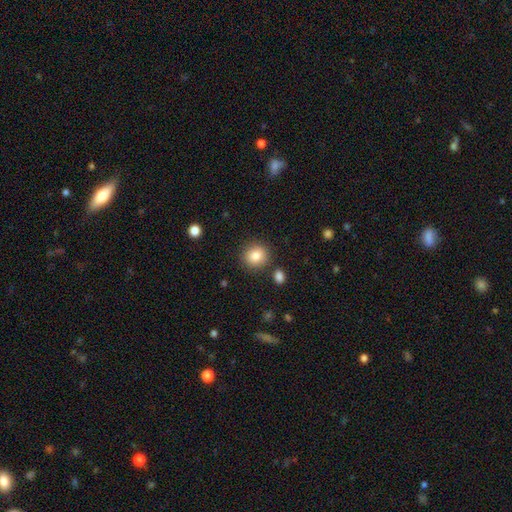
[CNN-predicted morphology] The model was most divided on "how rounded": round: 86%, in between: 13%, cigar-shaped: 1%. More confident: merging — none (84%); smooth or featured — smooth (84%).